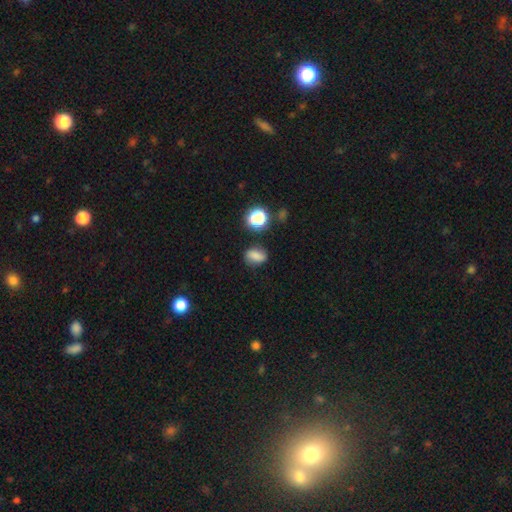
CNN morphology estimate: Smooth or featured? smooth (75%)
How rounded? in between (70%)
Merging? none (75%)